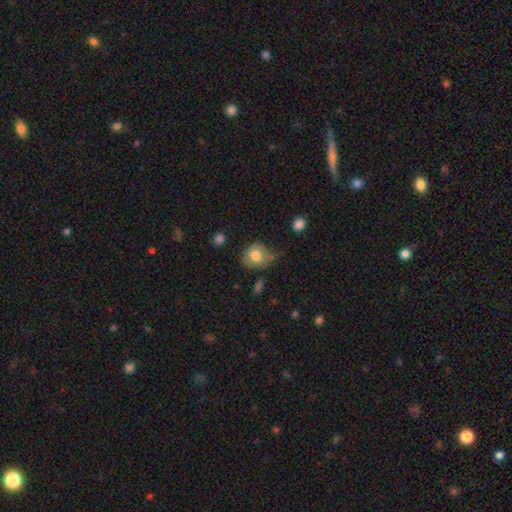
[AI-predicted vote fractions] A smooth galaxy with no disk features (76%) that is round (70%). Merging: none (55%).